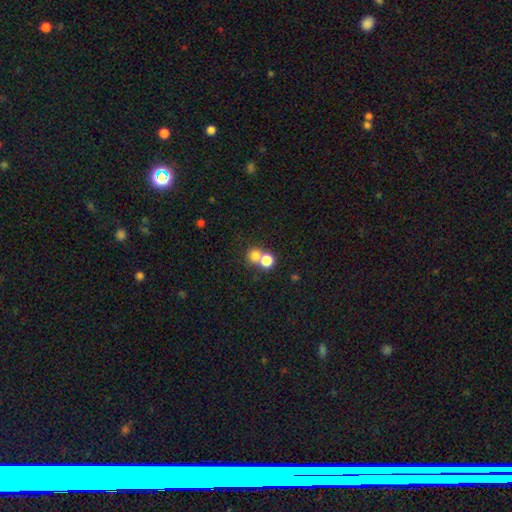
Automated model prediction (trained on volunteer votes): smooth 76%, star or artifact 15%, featured or disk 10%. Down the decision tree: how rounded — round (85%); merging — merger (47%).